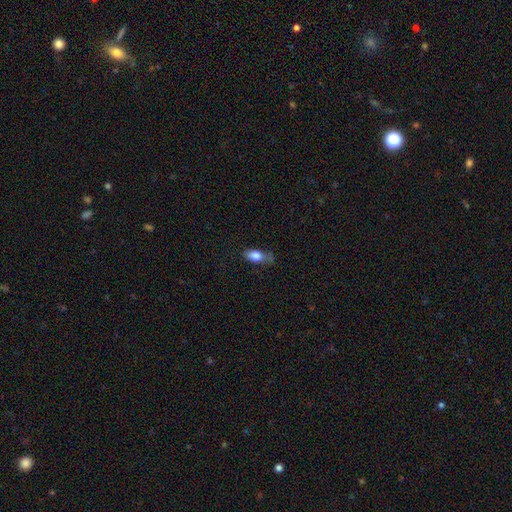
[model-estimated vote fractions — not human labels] A smooth galaxy with no disk features (77%) that is in between round and cigar-shaped (81%). Merging: none (50%).